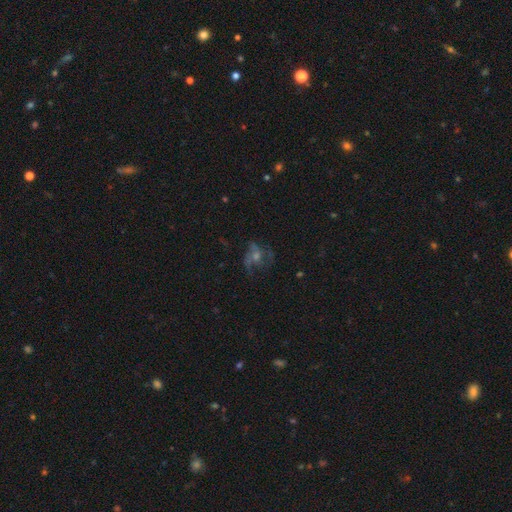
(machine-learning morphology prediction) Smooth or featured: featured or disk — 56% (star or artifact — 23%)
Edge-on disk: no — 96% (yes — 4%)
Bar: no — 71% (weak — 24%)
Spiral arms: yes — 76% (no — 24%)
Bulge size: moderate — 49% (small — 37%)
Merging: none — 61% (major disturbance — 20%)